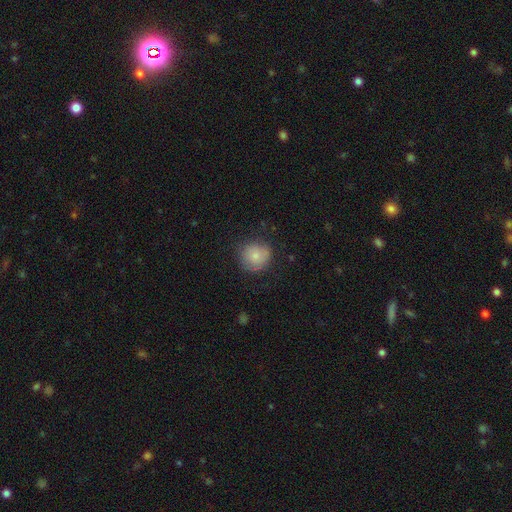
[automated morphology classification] smooth_or_featured: smooth (p=0.79) [alt: featured or disk p=0.13]
how_rounded: round (p=0.89) [alt: in between p=0.10]
merging: none (p=0.72) [alt: minor disturbance p=0.21]